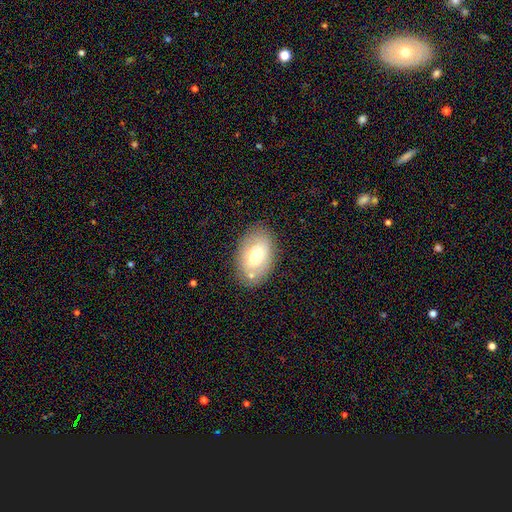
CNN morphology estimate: This is likely a smooth galaxy (64%). How rounded: clearly in between (90%). Merging: likely none (78%).